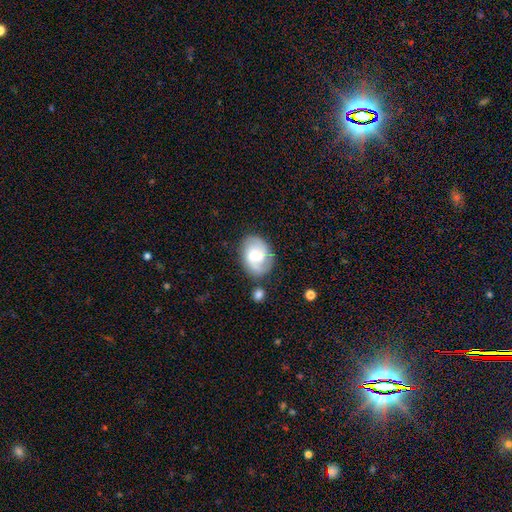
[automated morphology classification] This is likely a featured or disk galaxy (69%). It is clearly not viewed edge-on (97%). Bar: possibly no (46%). Spiral arm pattern: clearly yes (92%). Spiral arm count: clearly 2 (82%). Spiral winding: possibly medium (49%). Central bulge: possibly moderate (56%). Merging: likely none (72%).